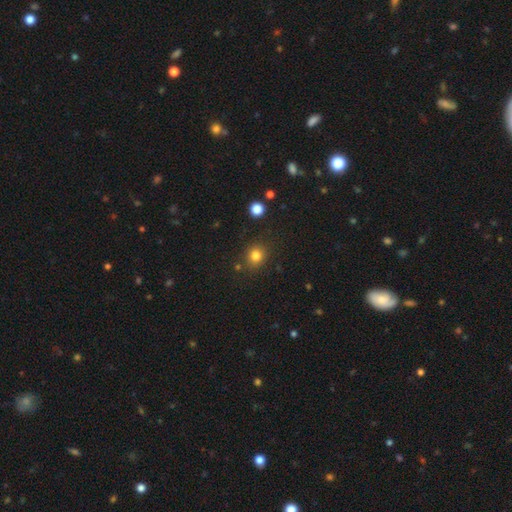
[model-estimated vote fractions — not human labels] A smooth galaxy with no disk features (81%) that is round (76%).

Vote fractions:
- Smooth or featured? smooth: 81% / star or artifact: 13% / featured or disk: 6%
- How rounded? round: 76% / in between: 23% / cigar-shaped: 1%
- Merging? none: 82% / minor disturbance: 10% / merger: 4% / major disturbance: 3%